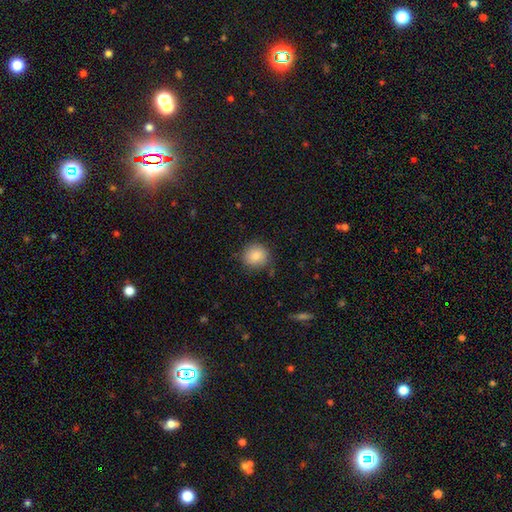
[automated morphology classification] The model was most divided on "merging": none: 81%, minor disturbance: 14%, major disturbance: 3%, merger: 2%. More confident: how rounded — round (87%); smooth or featured — smooth (86%).